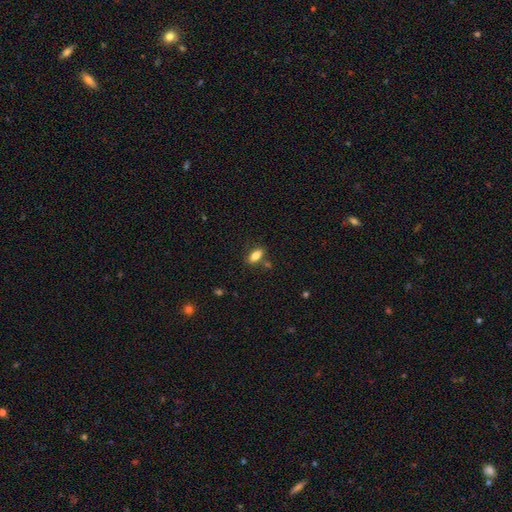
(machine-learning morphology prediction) Overall: smooth (81%). How rounded: in between (83%). Merging: none (75%).